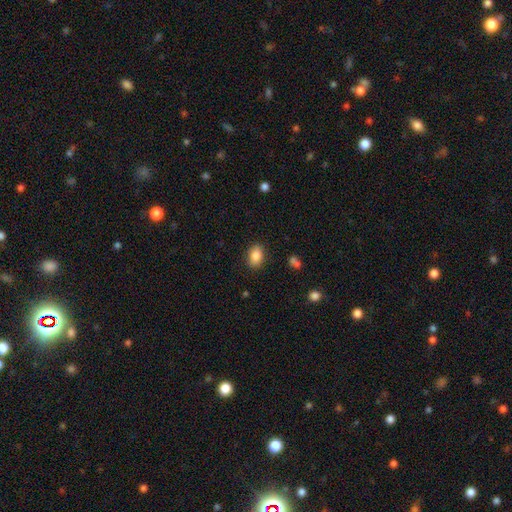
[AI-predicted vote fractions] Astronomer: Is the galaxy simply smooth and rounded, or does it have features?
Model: smooth — 86%.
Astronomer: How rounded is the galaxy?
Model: in between — 84%.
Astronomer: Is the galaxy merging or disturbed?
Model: none — 86%.